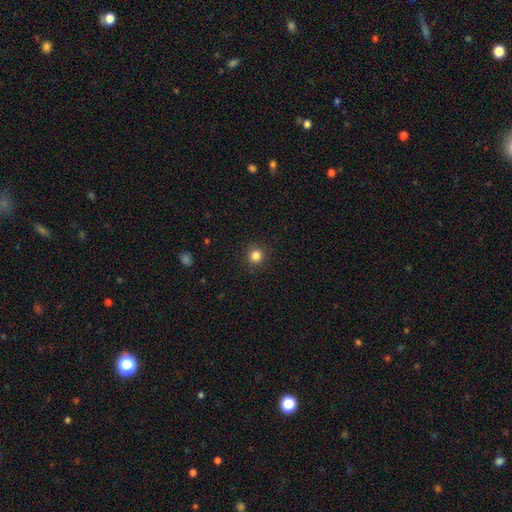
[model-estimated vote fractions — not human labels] smooth-or-featured: smooth: 83% | star or artifact: 12% | featured or disk: 5%
  how-rounded: round: 91% | in between: 9% | cigar-shaped: 1%
  merging: none: 90% | minor disturbance: 6% | major disturbance: 2% | merger: 1%